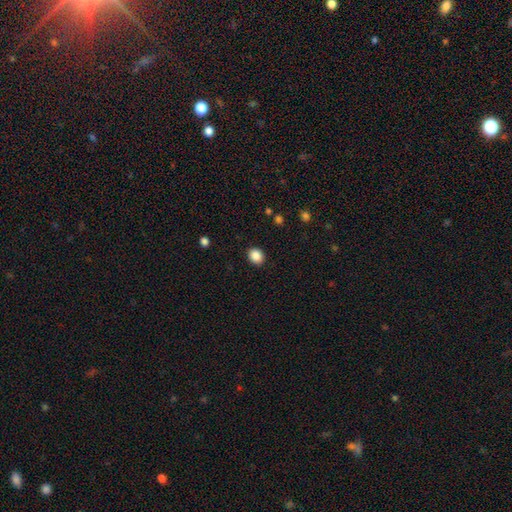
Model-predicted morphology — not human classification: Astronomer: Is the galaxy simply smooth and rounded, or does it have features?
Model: smooth — 87%.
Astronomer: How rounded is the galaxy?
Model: round — 60% (runner-up: in between, 39%).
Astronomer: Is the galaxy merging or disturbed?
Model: none — 91%.